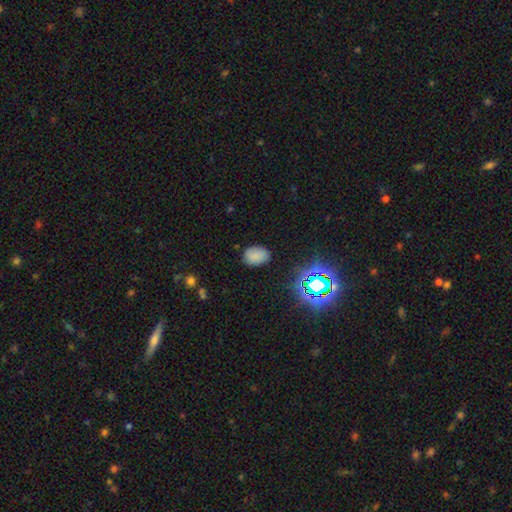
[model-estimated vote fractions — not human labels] A smooth galaxy with no disk features (77%) that is in between round and cigar-shaped (83%).

Vote fractions:
- Smooth or featured? smooth: 77% / star or artifact: 17% / featured or disk: 7%
- How rounded? in between: 83% / round: 15% / cigar-shaped: 1%
- Merging? none: 81% / minor disturbance: 14% / major disturbance: 3% / merger: 1%